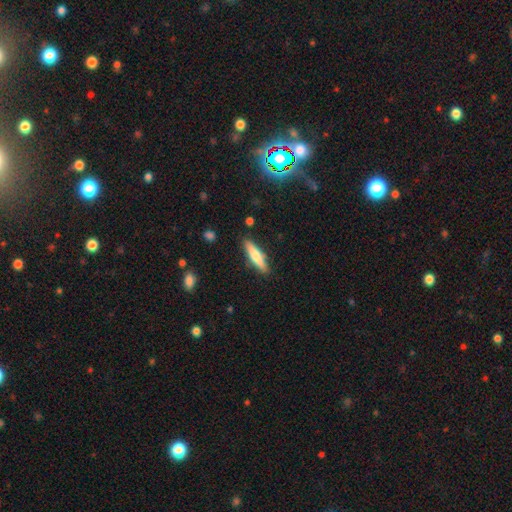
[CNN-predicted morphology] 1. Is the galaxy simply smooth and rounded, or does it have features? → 63% smooth, 31% featured or disk, 6% star or artifact.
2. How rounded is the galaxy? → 78% cigar-shaped, 21% in between, 2% round.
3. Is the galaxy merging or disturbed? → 88% none, 9% minor disturbance, 2% major disturbance, 2% merger.